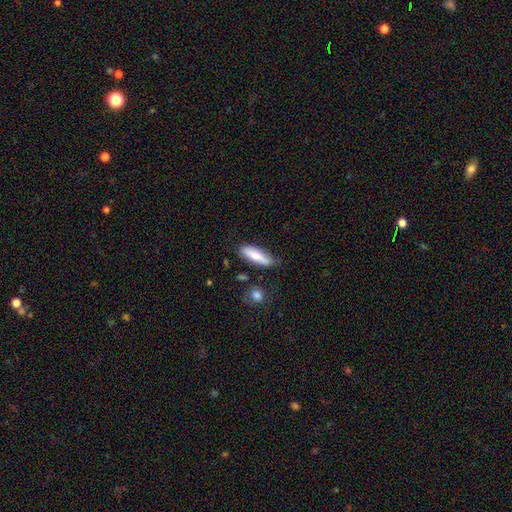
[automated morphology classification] A smooth galaxy with no disk features (75%) that is cigar-shaped (56%).

Vote fractions:
- Smooth or featured? smooth: 75% / featured or disk: 20% / star or artifact: 6%
- How rounded? cigar-shaped: 56% / in between: 42% / round: 2%
- Merging? none: 79% / minor disturbance: 15% / major disturbance: 3% / merger: 3%